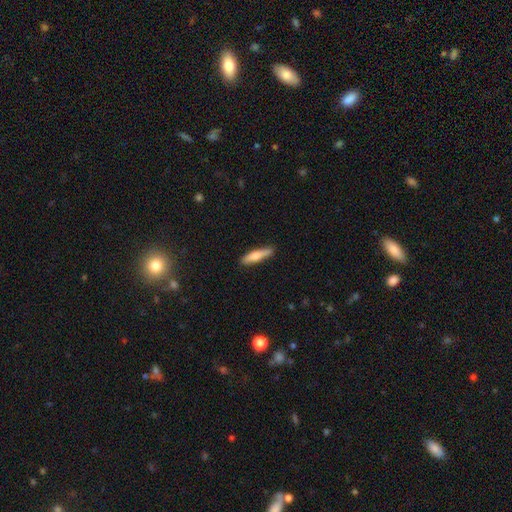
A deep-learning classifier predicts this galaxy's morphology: smooth-or-featured: smooth: 72% | featured or disk: 23% | star or artifact: 6%
  how-rounded: cigar-shaped: 79% | in between: 20% | round: 2%
  merging: none: 84% | minor disturbance: 12% | major disturbance: 2% | merger: 1%